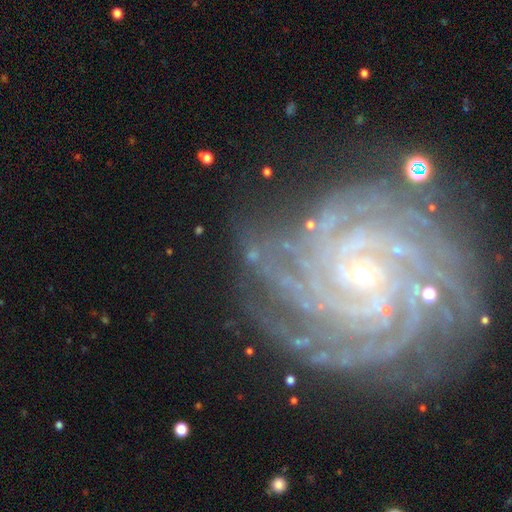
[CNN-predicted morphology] Smooth or featured?
  - featured or disk: 69% *
  - star or artifact: 18%
  - smooth: 13%
Edge-on disk?
  - no: 95% *
  - yes: 5%
Bar?
  - no: 50% *
  - weak: 29%
  - strong: 21%
Spiral arms?
  - yes: 89% *
  - no: 11%
Spiral winding?
  - tight: 71% *
  - medium: 22%
  - loose: 7%
Spiral arm count?
  - can't tell: 31% *
  - 3: 18%
  - 2: 17%
  - 4: 12%
  - more than 4: 12%
  - 1: 10%
Bulge size?
  - small: 62% *
  - moderate: 24%
  - none: 8%
  - large: 4%
  - dominant: 2%
Merging?
  - none: 70% *
  - minor disturbance: 15%
  - major disturbance: 11%
  - merger: 4%